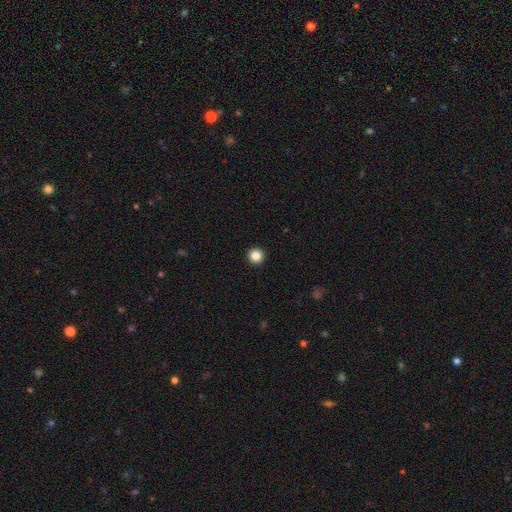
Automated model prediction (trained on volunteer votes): smooth 86%, star or artifact 11%, featured or disk 4%. Down the decision tree: how rounded — round (97%); merging — none (94%).